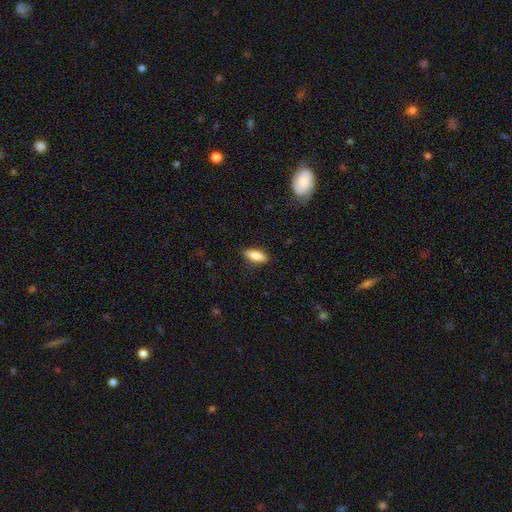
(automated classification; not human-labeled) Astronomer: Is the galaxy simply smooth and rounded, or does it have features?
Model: smooth — 82%.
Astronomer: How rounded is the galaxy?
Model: in between — 70%.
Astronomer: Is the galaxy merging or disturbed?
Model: none — 86%.